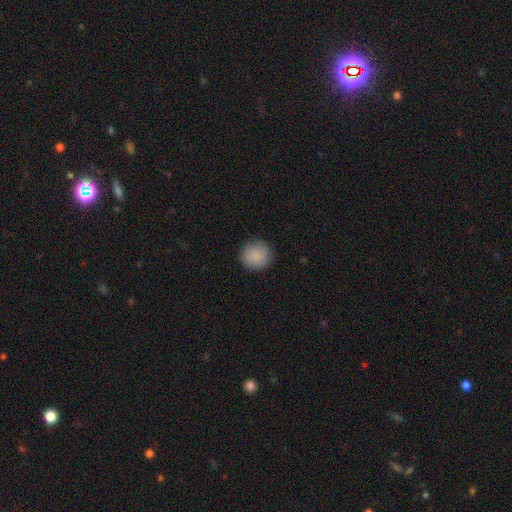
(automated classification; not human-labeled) Smooth or featured?
  - smooth: 89% *
  - star or artifact: 7%
  - featured or disk: 4%
How rounded?
  - round: 92% *
  - in between: 7%
  - cigar-shaped: 1%
Merging?
  - none: 89% *
  - minor disturbance: 8%
  - major disturbance: 2%
  - merger: 1%